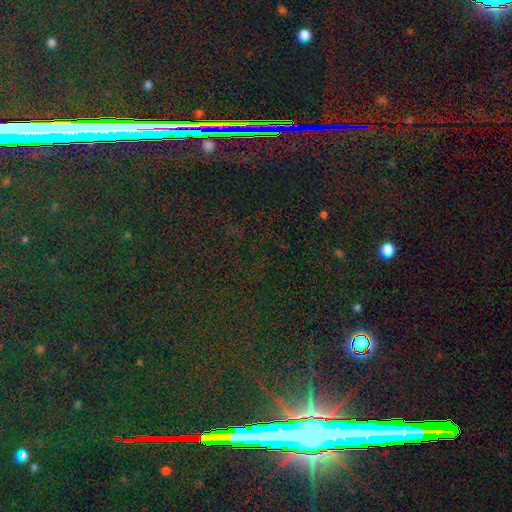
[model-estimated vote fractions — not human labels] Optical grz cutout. It shows a star or artifact, not a galaxy (84%).